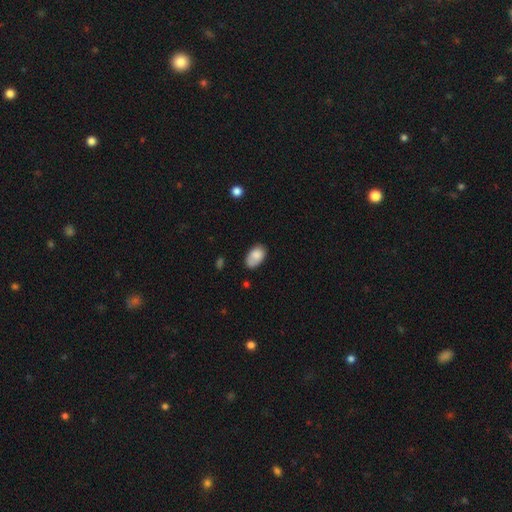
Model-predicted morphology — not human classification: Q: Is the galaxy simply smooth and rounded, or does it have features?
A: smooth — 83%.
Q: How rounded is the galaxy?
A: in between — 91%.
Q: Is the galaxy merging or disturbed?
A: none — 66%.